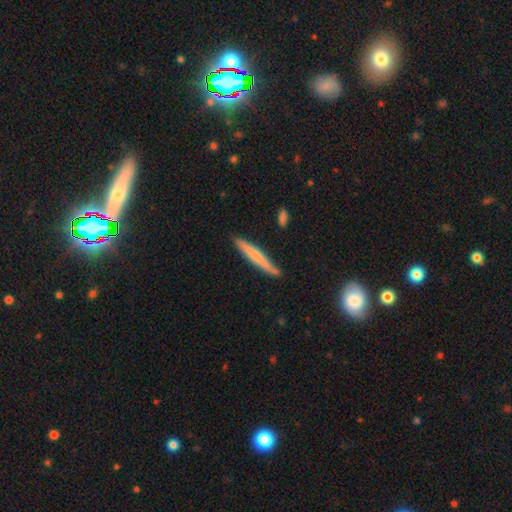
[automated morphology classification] A smooth galaxy with no disk features (58%) that is cigar-shaped (96%). Merging: none (84%).